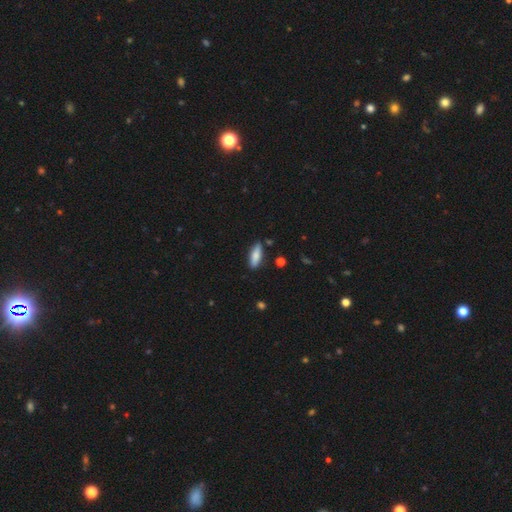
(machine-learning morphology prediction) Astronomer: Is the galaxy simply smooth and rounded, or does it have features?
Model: smooth — 78%.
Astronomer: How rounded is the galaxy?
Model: in between — 54% (runner-up: cigar-shaped, 44%).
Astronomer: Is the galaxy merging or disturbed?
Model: none — 85%.